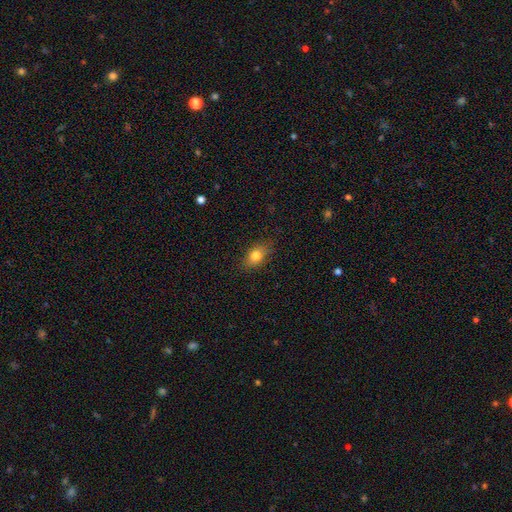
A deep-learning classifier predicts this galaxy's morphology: This is likely a smooth galaxy (79%). How rounded: likely in between (79%). Merging: clearly none (82%).